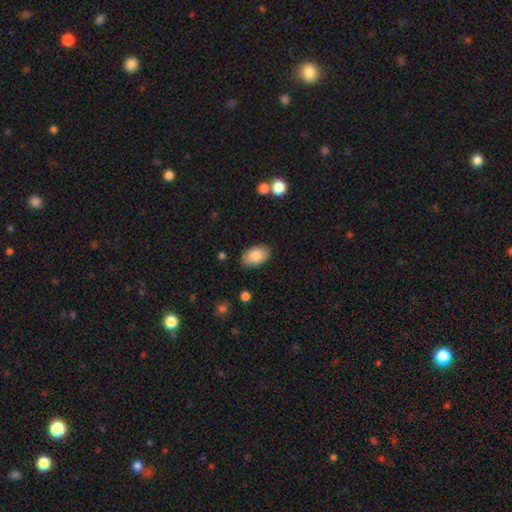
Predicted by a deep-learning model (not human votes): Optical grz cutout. It shows a smooth galaxy with no disk features (86%) that is in between round and cigar-shaped (93%). Merging: none (85%).